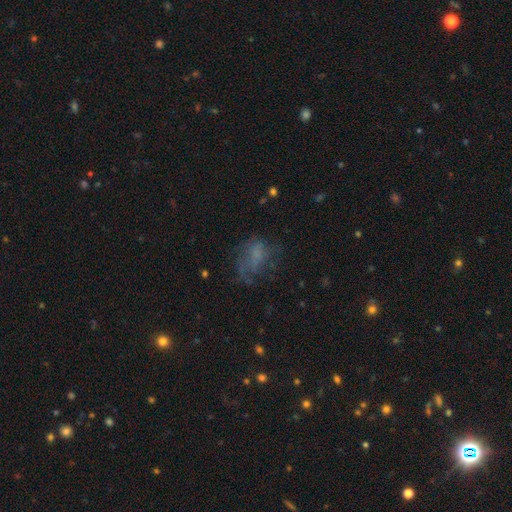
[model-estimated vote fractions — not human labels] Smooth or featured? Predicted: smooth (p=0.45). Merging? Predicted: none (p=0.39).